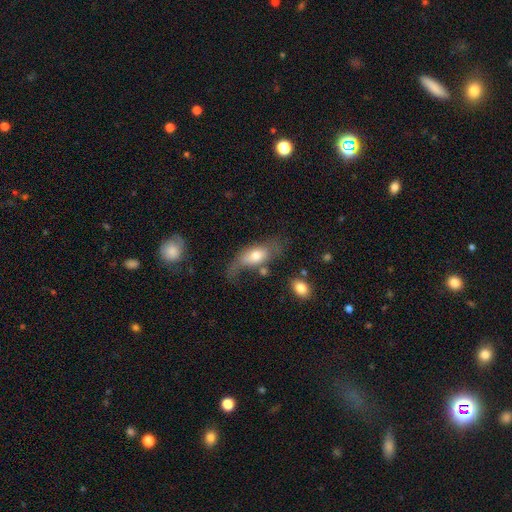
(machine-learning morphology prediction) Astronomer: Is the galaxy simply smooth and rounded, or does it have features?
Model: smooth — 60%.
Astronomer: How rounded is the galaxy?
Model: in between — 82%.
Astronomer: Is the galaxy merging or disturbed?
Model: major disturbance — 34% (runner-up: none, 33%).